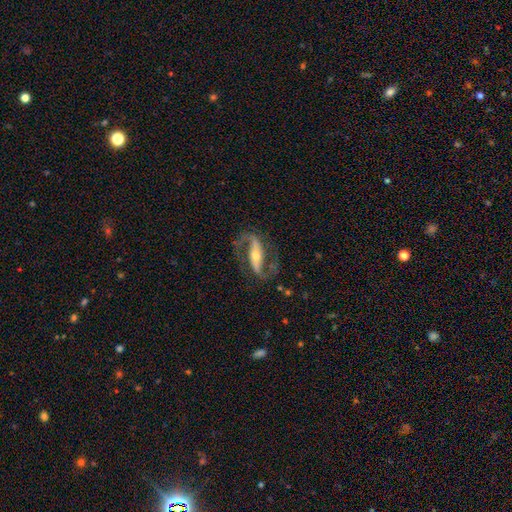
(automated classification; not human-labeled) smooth_or_featured: featured or disk (p=0.88) [alt: smooth p=0.07]
disk_edge_on: no (p=0.91) [alt: yes p=0.09]
bar: strong (p=0.62) [alt: weak p=0.21]
has_spiral_arms: yes (p=0.95) [alt: no p=0.05]
spiral_winding: medium (p=0.50) [alt: loose p=0.35]
spiral_arm_count: 2 (p=0.91) [alt: 1 p=0.04]
bulge_size: moderate (p=0.48) [alt: small p=0.46]
merging: none (p=0.76) [alt: minor disturbance p=0.12]